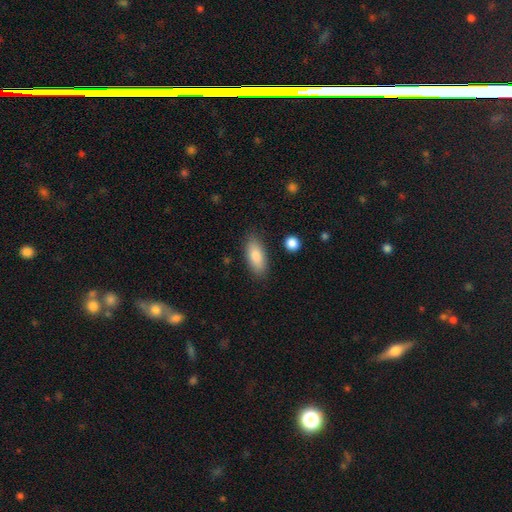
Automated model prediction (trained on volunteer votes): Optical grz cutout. It shows a smooth galaxy with no disk features (84%) that is in between round and cigar-shaped (82%). Merging: none (85%).